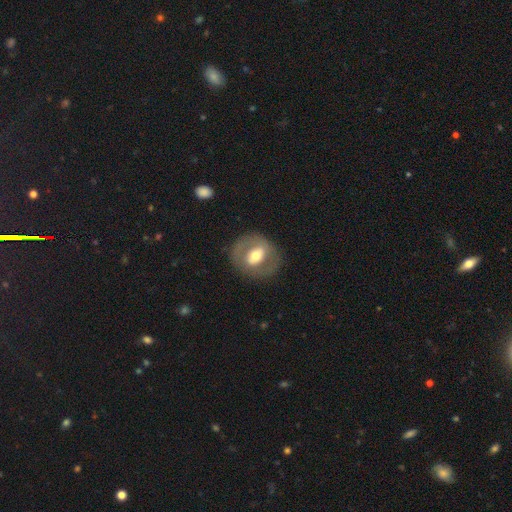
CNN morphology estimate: Overall: featured or disk (54%; smooth 39%). Edge-on disk: no (92%). Bar: weak (35%; strong 33%). Spiral arms: no (74%). Bulge size: moderate (66%). Merging: none (78%).